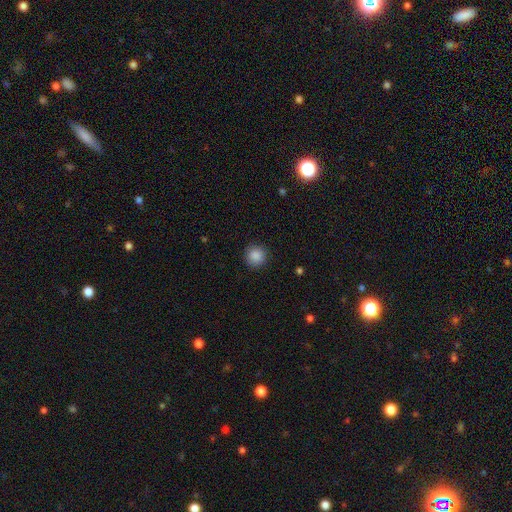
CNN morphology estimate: smooth 88%, star or artifact 9%, featured or disk 3%. Down the decision tree: how rounded — round (94%); merging — none (90%).